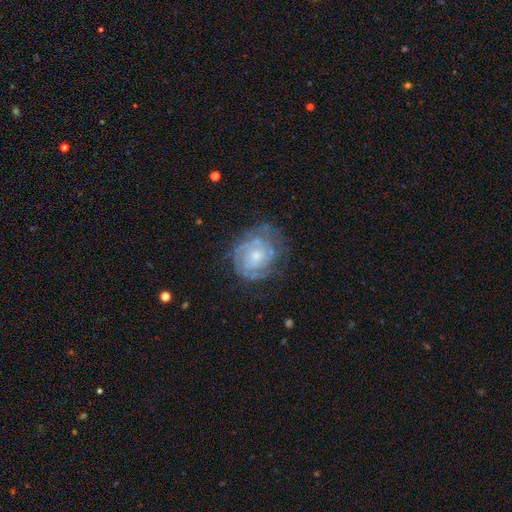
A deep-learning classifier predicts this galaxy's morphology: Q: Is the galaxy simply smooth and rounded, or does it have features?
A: featured or disk — 77%.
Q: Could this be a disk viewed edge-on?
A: no — 97%.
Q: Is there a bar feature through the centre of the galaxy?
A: no — 75%.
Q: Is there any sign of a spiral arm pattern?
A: yes — 87%.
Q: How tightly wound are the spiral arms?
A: tight — 70%.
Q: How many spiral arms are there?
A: can't tell — 47%.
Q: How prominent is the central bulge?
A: small — 56%.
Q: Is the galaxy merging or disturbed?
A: none — 65%.